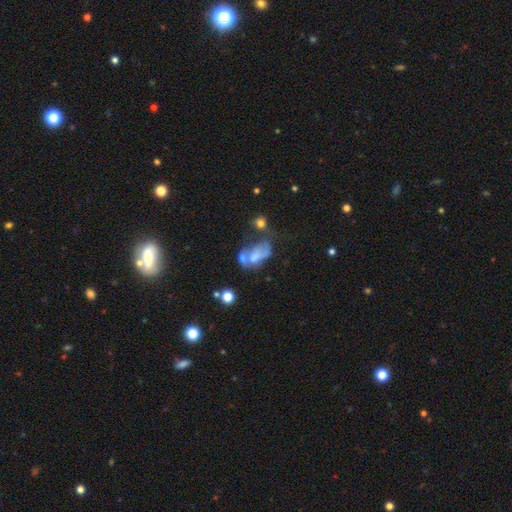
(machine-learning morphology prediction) smooth 47%, featured or disk 40%, star or artifact 13%. Down the decision tree: merging — merger (41%).